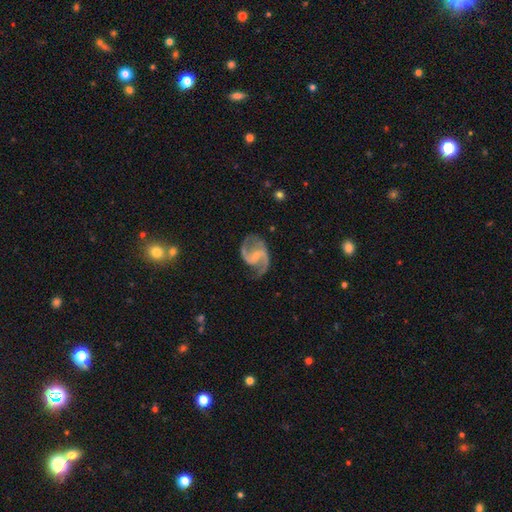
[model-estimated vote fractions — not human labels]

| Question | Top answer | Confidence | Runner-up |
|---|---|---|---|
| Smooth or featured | featured or disk | 92% | smooth (4%) |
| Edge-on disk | no | 98% | yes (2%) |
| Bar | weak | 50% | no (29%) |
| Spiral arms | yes | 98% | no (2%) |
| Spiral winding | medium | 55% | loose (34%) |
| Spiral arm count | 2 | 93% | can't tell (2%) |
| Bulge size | small | 64% | moderate (20%) |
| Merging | none | 73% | minor disturbance (17%) |